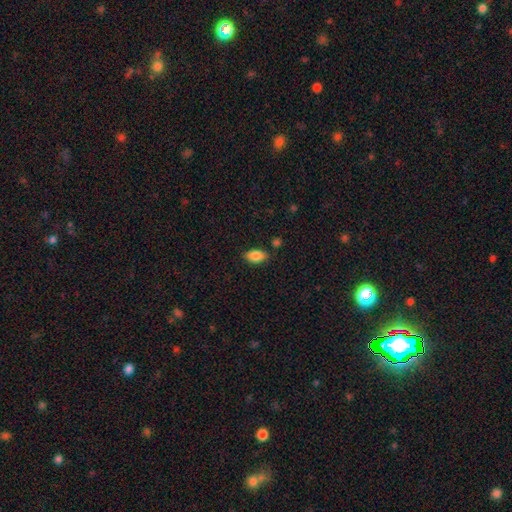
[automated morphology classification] Smooth or featured? Predicted: smooth (p=0.84). How rounded? Predicted: in between (p=0.90). Merging? Predicted: none (p=0.80).